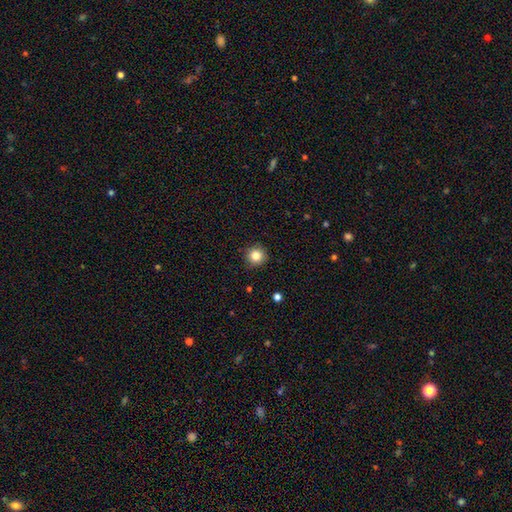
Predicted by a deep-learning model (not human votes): Q: Smooth or featured?
A: smooth (83%); runner-up: star or artifact (11%)
Q: How rounded?
A: round (95%); runner-up: in between (4%)
Q: Merging?
A: none (91%); runner-up: minor disturbance (7%)